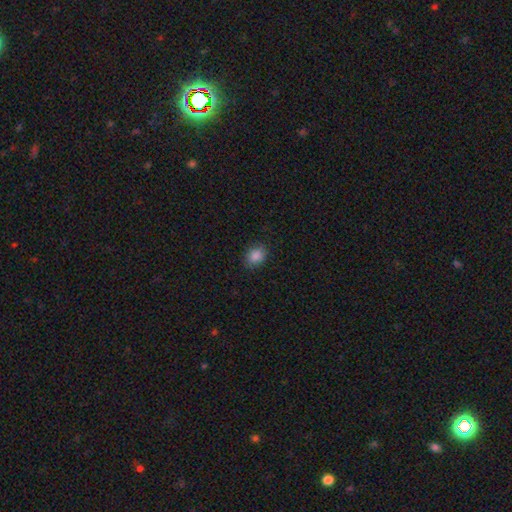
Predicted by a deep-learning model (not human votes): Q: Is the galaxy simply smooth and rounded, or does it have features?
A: smooth — 87%.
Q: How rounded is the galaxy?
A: in between — 61%.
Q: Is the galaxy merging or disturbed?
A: none — 86%.